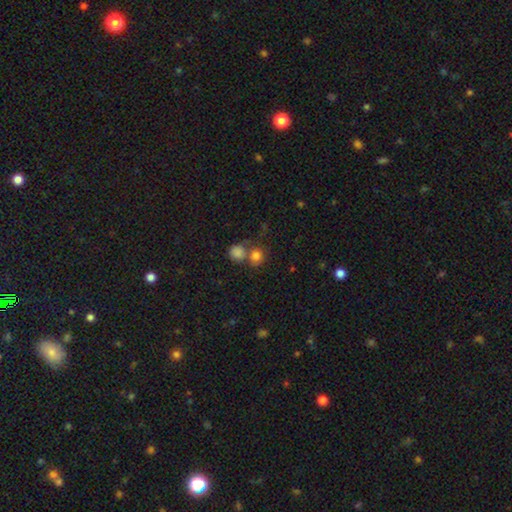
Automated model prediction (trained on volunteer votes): Smooth or featured: smooth — 80% (star or artifact — 12%)
How rounded: round — 84% (in between — 15%)
Merging: none — 49% (merger — 38%)